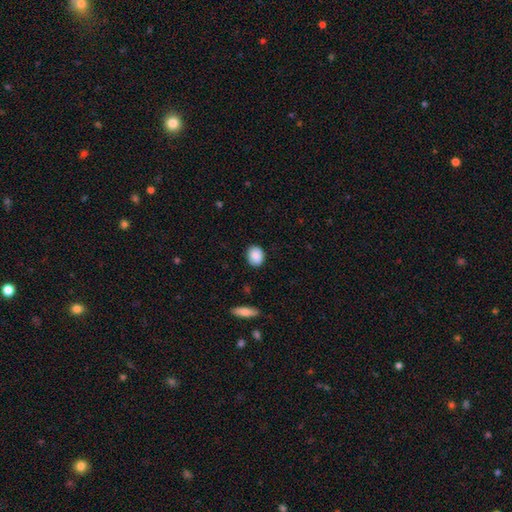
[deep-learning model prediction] Smooth or featured: smooth — 89% (star or artifact — 7%)
How rounded: in between — 50% (round — 49%)
Merging: none — 87% (minor disturbance — 9%)